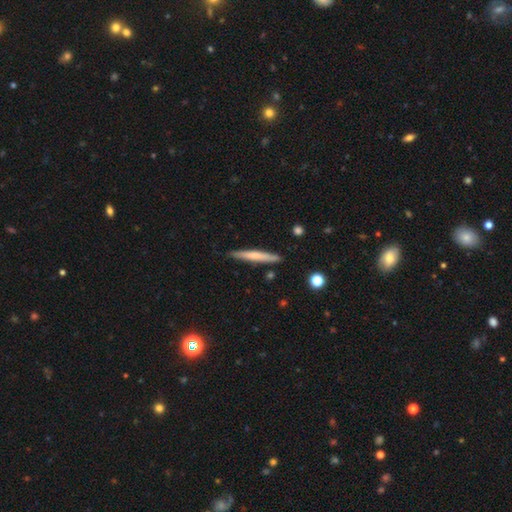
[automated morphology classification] A smooth galaxy with no disk features (58%) that is cigar-shaped (95%).

Vote fractions:
- Smooth or featured? smooth: 58% / featured or disk: 36% / star or artifact: 6%
- How rounded? cigar-shaped: 95% / in between: 3% / round: 1%
- Merging? none: 88% / minor disturbance: 9% / merger: 2% / major disturbance: 2%